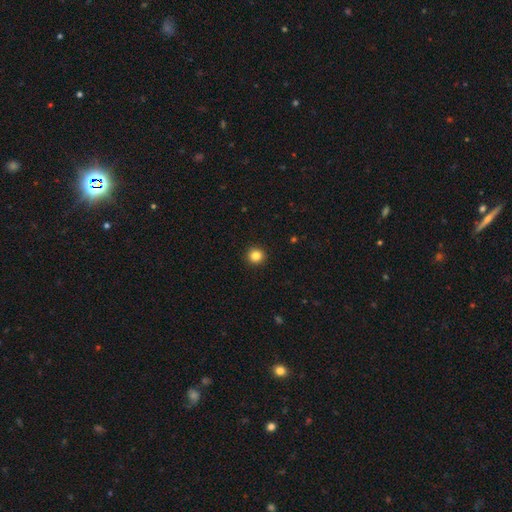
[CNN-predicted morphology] Smooth or featured? smooth (84%)
How rounded? round (93%)
Merging? none (93%)